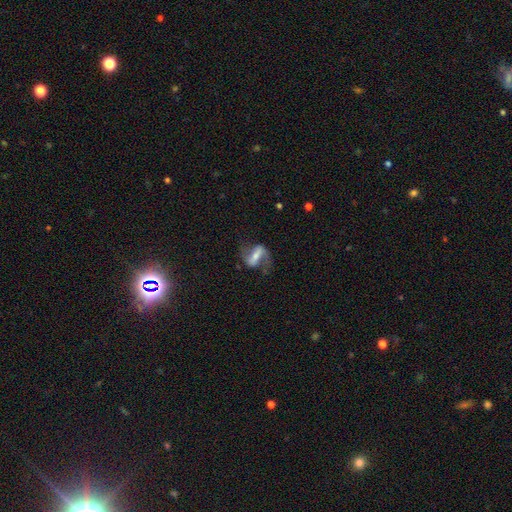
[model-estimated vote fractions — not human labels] A featured or disk galaxy (76%) with a strong bar (64%), 2 (89%) loose (53%) spiral arms (87%) and a moderate central bulge (42%).

Vote fractions:
- Smooth or featured? featured or disk: 76% / smooth: 17% / star or artifact: 7%
- Edge-on disk? no: 93% / yes: 7%
- Bar? strong: 64% / weak: 24% / no: 11%
- Spiral arms? yes: 87% / no: 13%
- Spiral winding? loose: 53% / medium: 36% / tight: 11%
- Spiral arm count? 2: 89% / 1: 4% / can't tell: 4% / 3: 1% / 4: 1% / more than 4: 1%
- Bulge size? moderate: 42% / small: 41% / none: 8% / large: 8% / dominant: 2%
- Merging? none: 67% / minor disturbance: 16% / major disturbance: 15% / merger: 2%